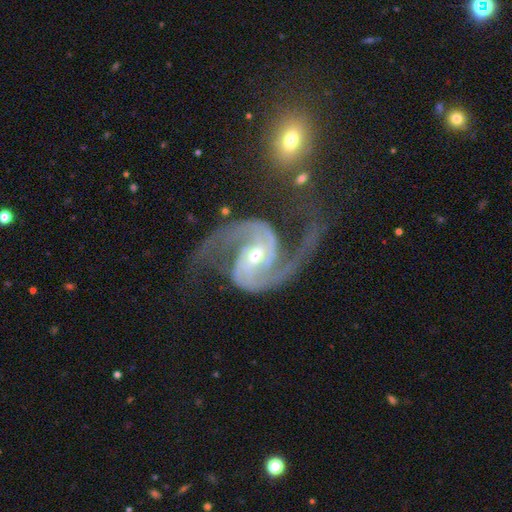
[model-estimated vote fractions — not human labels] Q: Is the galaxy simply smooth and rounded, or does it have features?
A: featured or disk — 94%.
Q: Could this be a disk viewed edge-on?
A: no — 98%.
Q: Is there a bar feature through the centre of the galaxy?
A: weak — 37%, tied with no.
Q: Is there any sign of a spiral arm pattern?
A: yes — 99%.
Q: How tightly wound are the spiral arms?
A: medium — 52%.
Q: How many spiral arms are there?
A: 2 — 93%.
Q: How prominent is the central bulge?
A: moderate — 53%.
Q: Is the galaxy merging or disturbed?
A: none — 65%.